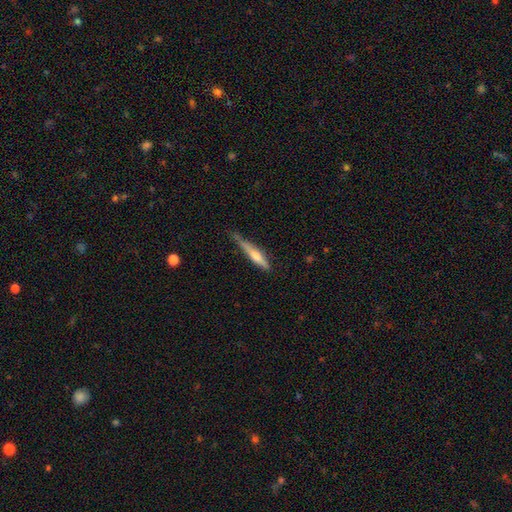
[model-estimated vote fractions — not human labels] The model was most divided on "smooth or featured": smooth: 48%, featured or disk: 46%, star or artifact: 6%. More confident: merging — none (58%).